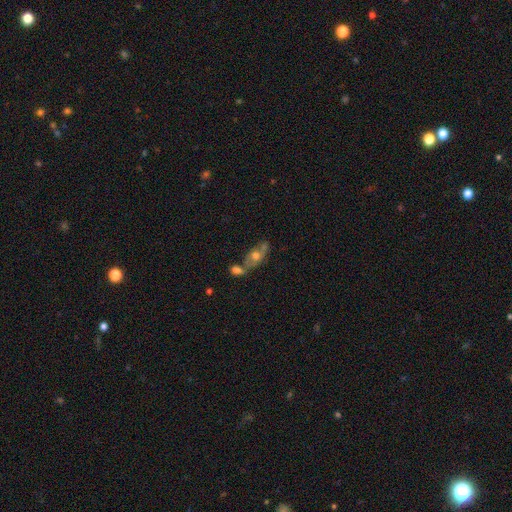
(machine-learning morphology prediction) Smooth or featured? Predicted: featured or disk (p=0.48). Merging? Predicted: none (p=0.44).